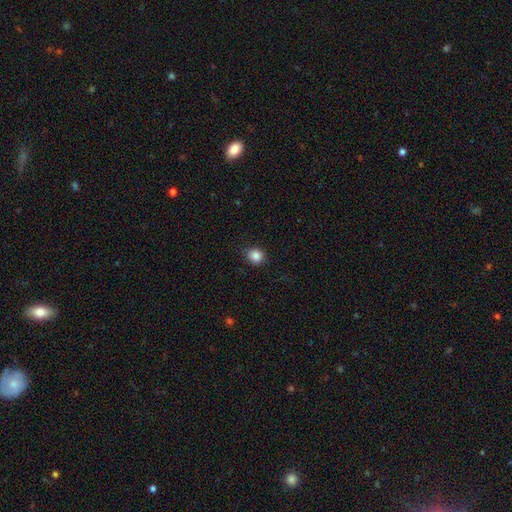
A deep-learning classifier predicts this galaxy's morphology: type=smooth (85%); roundness=round (84%); merging=none (86%).